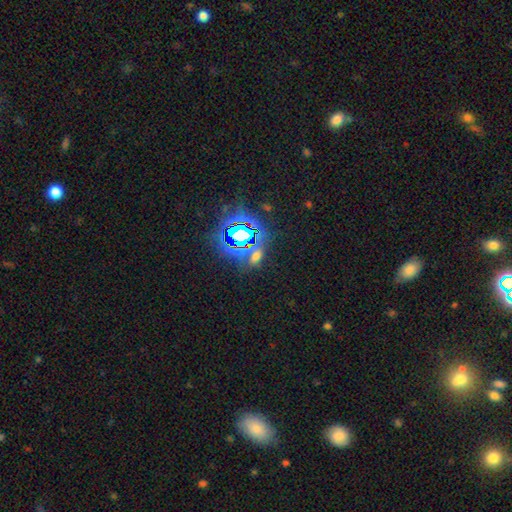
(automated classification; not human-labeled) A star or artifact, not a galaxy (55%).